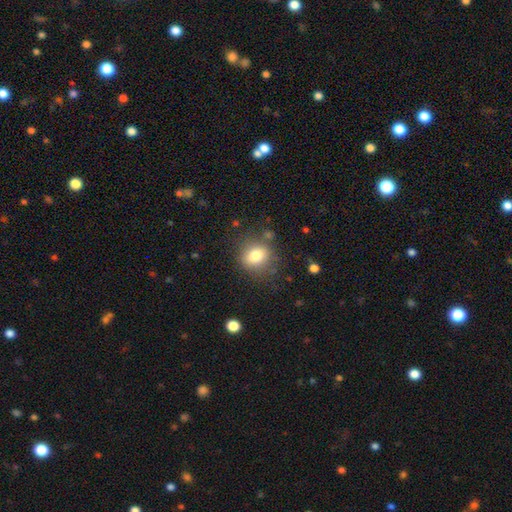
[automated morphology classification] Smooth or featured? smooth (79%)
How rounded? round (70%)
Merging? none (78%)